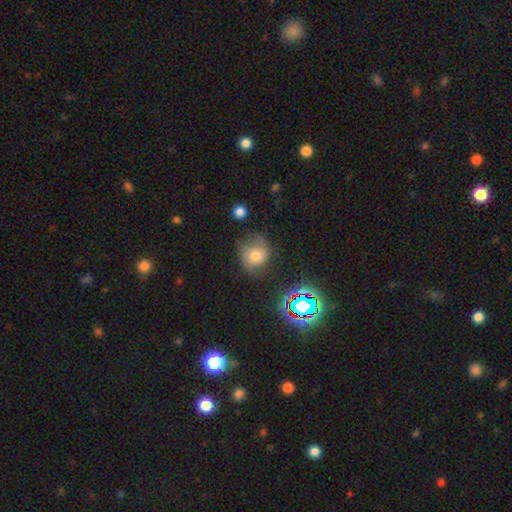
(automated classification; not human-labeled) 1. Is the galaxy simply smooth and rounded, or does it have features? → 65% smooth, 18% featured or disk, 17% star or artifact.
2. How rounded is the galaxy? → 75% round, 24% in between, 1% cigar-shaped.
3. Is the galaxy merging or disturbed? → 50% none, 30% minor disturbance, 16% major disturbance, 3% merger.